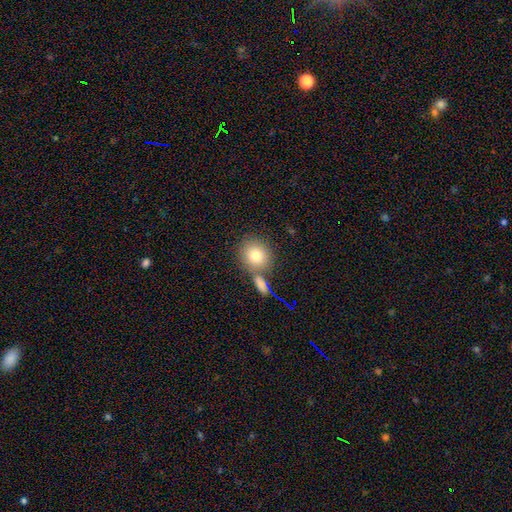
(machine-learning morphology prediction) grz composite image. It shows a smooth galaxy with no disk features (78%) that is round (81%). Merging: none (65%).